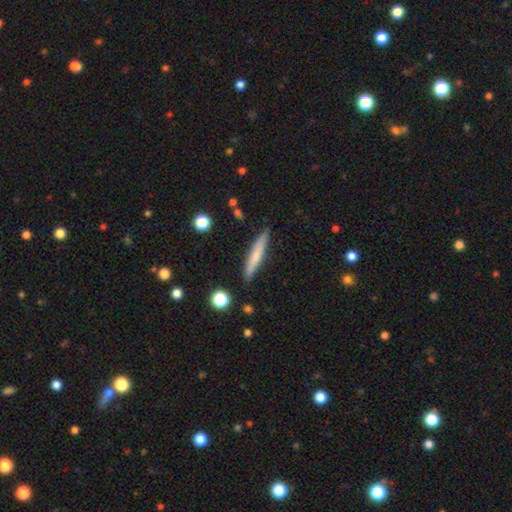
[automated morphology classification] Q: Smooth or featured?
A: smooth (66%); runner-up: featured or disk (28%)
Q: How rounded?
A: cigar-shaped (93%); runner-up: in between (5%)
Q: Merging?
A: none (88%); runner-up: minor disturbance (8%)